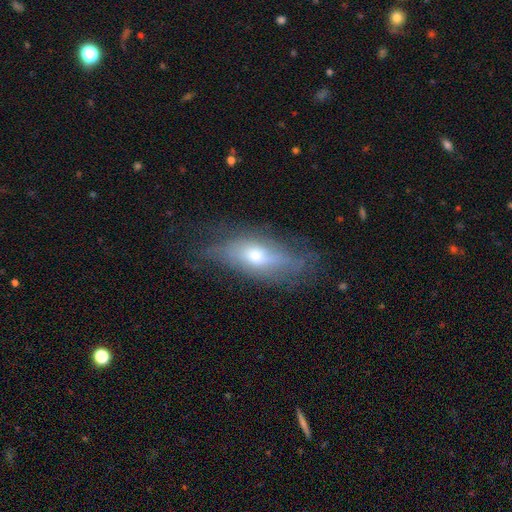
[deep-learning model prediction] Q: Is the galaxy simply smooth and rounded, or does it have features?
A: smooth — 49%.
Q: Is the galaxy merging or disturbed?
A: none — 61%.